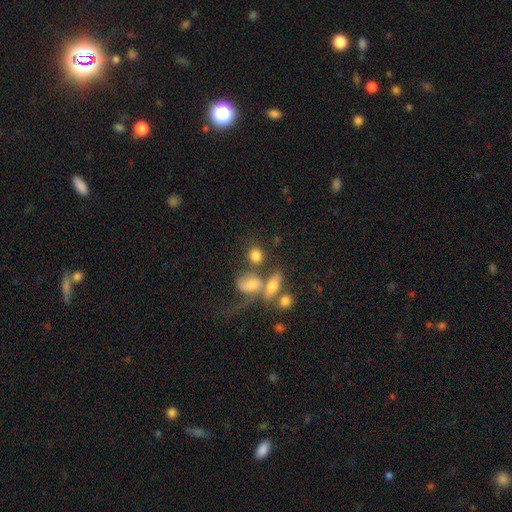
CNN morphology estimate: Q: Smooth or featured?
A: smooth (76%); runner-up: featured or disk (14%)
Q: How rounded?
A: round (66%); runner-up: in between (31%)
Q: Merging?
A: none (45%); runner-up: merger (34%)